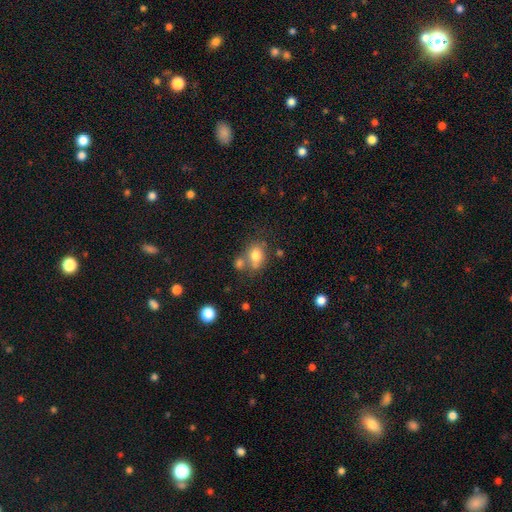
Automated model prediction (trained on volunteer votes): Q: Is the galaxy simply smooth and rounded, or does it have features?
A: smooth — 76%.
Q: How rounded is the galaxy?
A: in between — 55%.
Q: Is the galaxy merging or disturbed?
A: none — 47%.